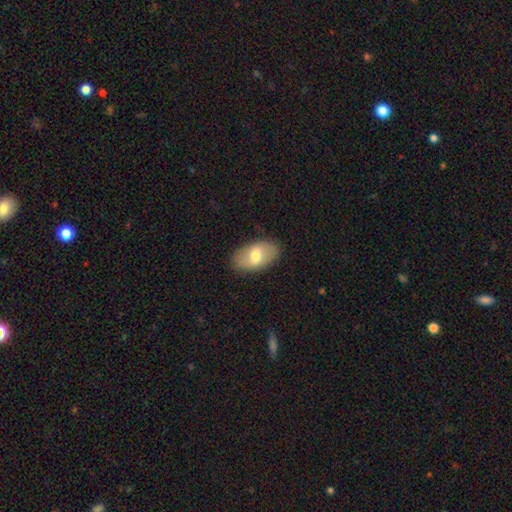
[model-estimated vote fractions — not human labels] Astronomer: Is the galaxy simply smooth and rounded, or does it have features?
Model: smooth — 64%.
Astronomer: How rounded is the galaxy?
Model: in between — 92%.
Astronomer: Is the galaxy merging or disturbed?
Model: none — 84%.